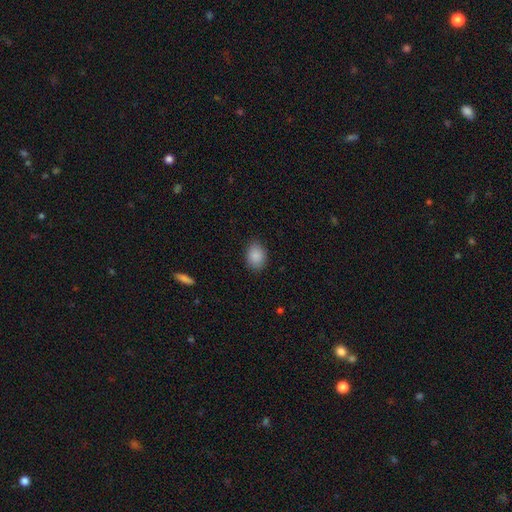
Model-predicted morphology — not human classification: A smooth galaxy with no disk features (89%) that is in between round and cigar-shaped (60%).

Vote fractions:
- Smooth or featured? smooth: 89% / star or artifact: 8% / featured or disk: 3%
- How rounded? in between: 60% / round: 39% / cigar-shaped: 1%
- Merging? none: 86% / minor disturbance: 11% / major disturbance: 3% / merger: 1%